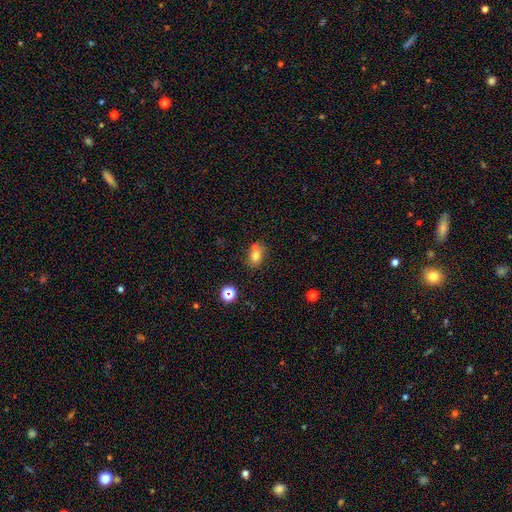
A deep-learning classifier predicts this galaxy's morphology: smooth_or_featured: smooth (p=0.73) [alt: star or artifact p=0.15]
how_rounded: in between (p=0.52) [alt: round p=0.47]
merging: none (p=0.56) [alt: merger p=0.26]